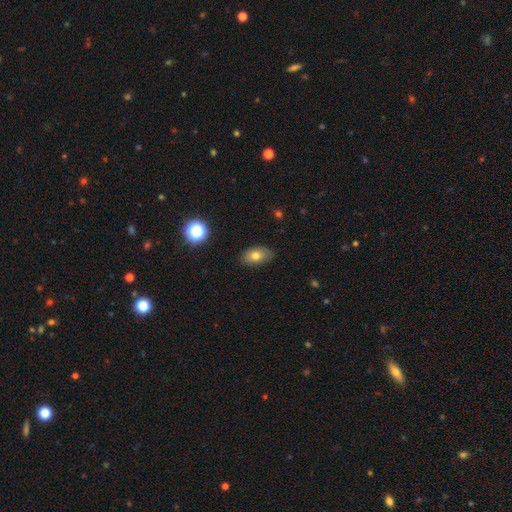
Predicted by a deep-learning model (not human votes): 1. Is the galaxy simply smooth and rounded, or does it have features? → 72% smooth, 17% featured or disk, 11% star or artifact.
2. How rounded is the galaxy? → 87% in between, 11% round, 2% cigar-shaped.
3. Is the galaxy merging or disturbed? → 82% none, 14% minor disturbance, 3% major disturbance, 1% merger.